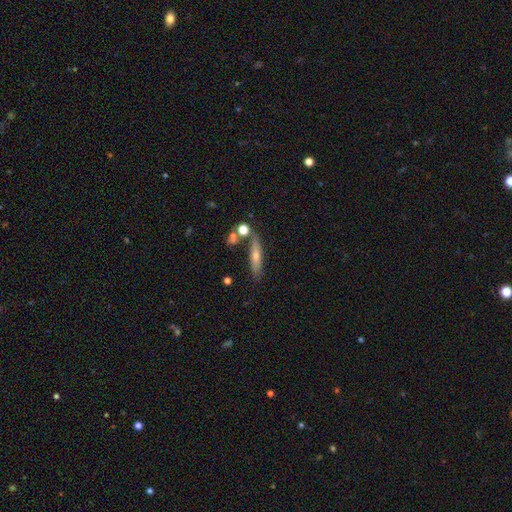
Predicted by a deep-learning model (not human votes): Smooth or featured?
  - smooth: 47% *
  - featured or disk: 43%
  - star or artifact: 10%
Merging?
  - none: 71% *
  - minor disturbance: 14%
  - merger: 10%
  - major disturbance: 4%